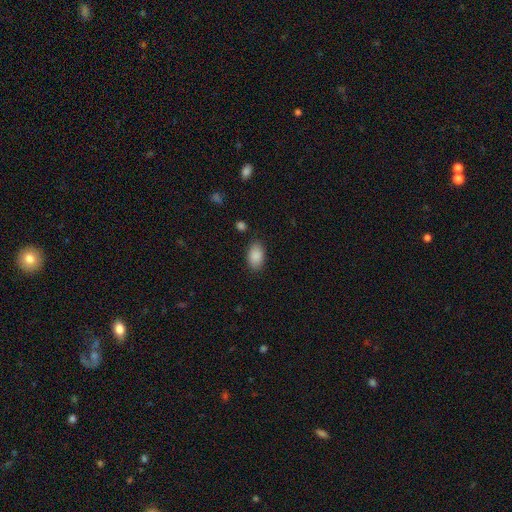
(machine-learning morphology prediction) smooth_or_featured: smooth (p=0.89) [alt: star or artifact p=0.07]
how_rounded: in between (p=0.93) [alt: round p=0.05]
merging: none (p=0.83) [alt: minor disturbance p=0.12]